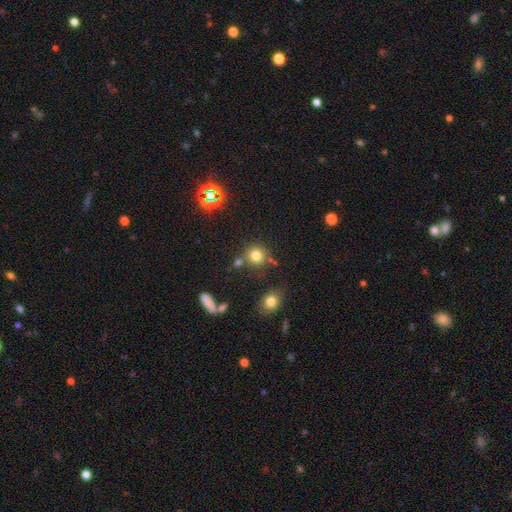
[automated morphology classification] Q: Smooth or featured?
A: smooth (75%); runner-up: star or artifact (16%)
Q: How rounded?
A: round (90%); runner-up: in between (9%)
Q: Merging?
A: none (72%); runner-up: merger (13%)